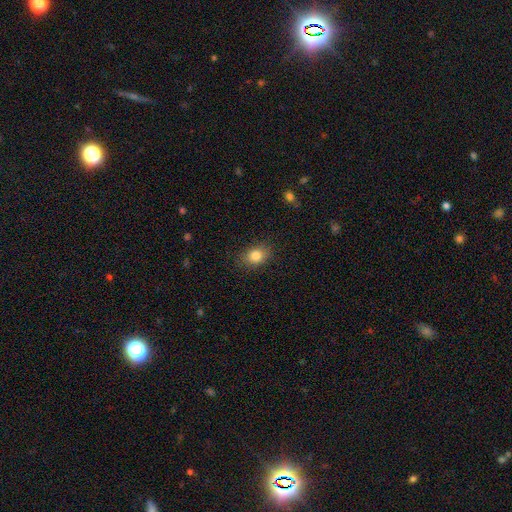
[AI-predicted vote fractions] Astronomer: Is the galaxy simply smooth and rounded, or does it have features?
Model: smooth — 83%.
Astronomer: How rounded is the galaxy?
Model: in between — 64%.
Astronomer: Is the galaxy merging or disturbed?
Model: none — 84%.